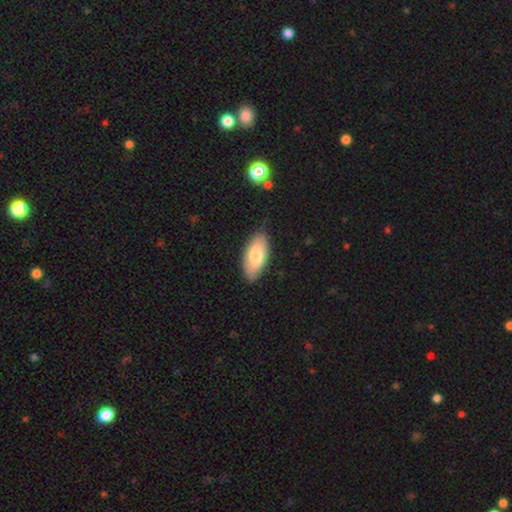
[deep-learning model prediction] This appears to be a smooth galaxy with no disk features (76%) that is in between round and cigar-shaped (90%). Merging: none (79%).